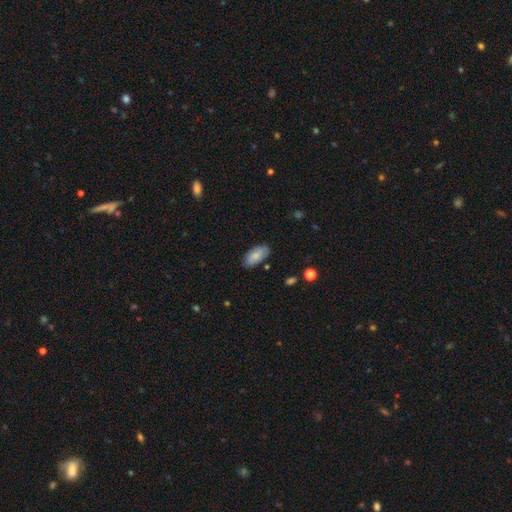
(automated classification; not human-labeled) A smooth galaxy with no disk features (82%) that is in between round and cigar-shaped (93%). Merging: none (82%).